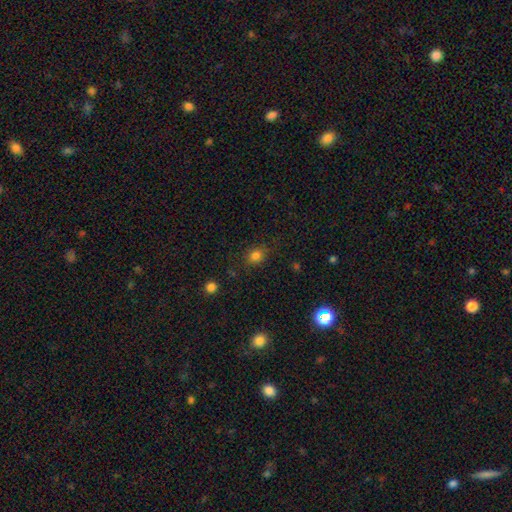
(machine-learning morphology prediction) Smooth or featured? smooth (81%)
How rounded? round (57%)
Merging? none (81%)